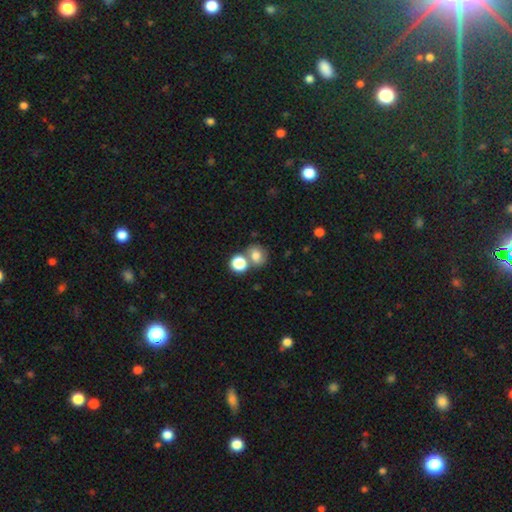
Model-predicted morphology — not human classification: A smooth galaxy with no disk features (72%) that is round (69%).

Vote fractions:
- Smooth or featured? smooth: 72% / featured or disk: 16% / star or artifact: 13%
- How rounded? round: 69% / in between: 30% / cigar-shaped: 1%
- Merging? none: 49% / merger: 35% / minor disturbance: 11% / major disturbance: 5%